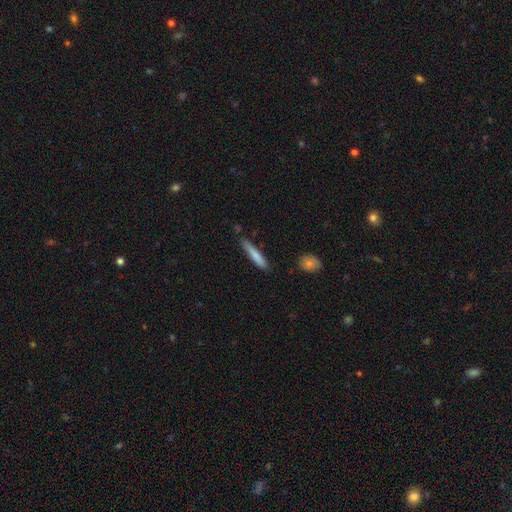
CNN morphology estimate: Smooth or featured?
  - smooth: 78% *
  - featured or disk: 16%
  - star or artifact: 6%
How rounded?
  - cigar-shaped: 91% *
  - in between: 7%
  - round: 1%
Merging?
  - none: 75% *
  - minor disturbance: 19%
  - major disturbance: 3%
  - merger: 3%